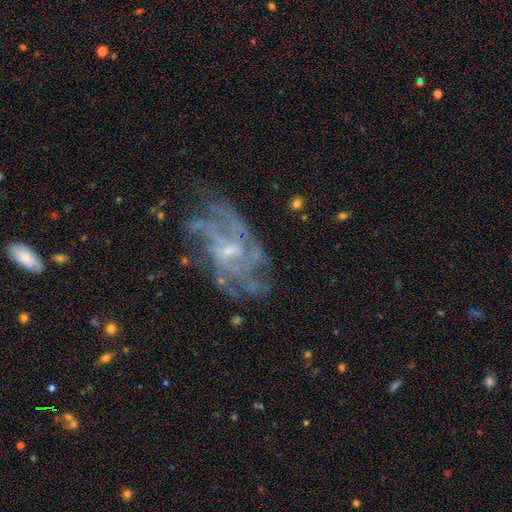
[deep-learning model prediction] Smooth or featured? featured or disk (83%)
Edge-on disk? no (96%)
Bar? weak (47%)
Spiral arms? yes (83%)
Spiral winding? medium (42%)
Spiral arm count? can't tell (40%)
Bulge size? small (64%)
Merging? none (53%)